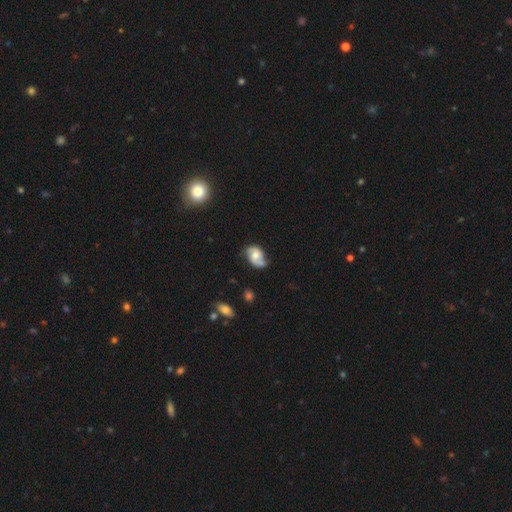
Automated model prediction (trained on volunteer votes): This is possibly a featured or disk galaxy (59%). It is clearly not viewed edge-on (97%). Bar: likely no (66%). Spiral arm pattern: clearly yes (86%). Central bulge: likely moderate (61%). Merging: possibly none (51%).